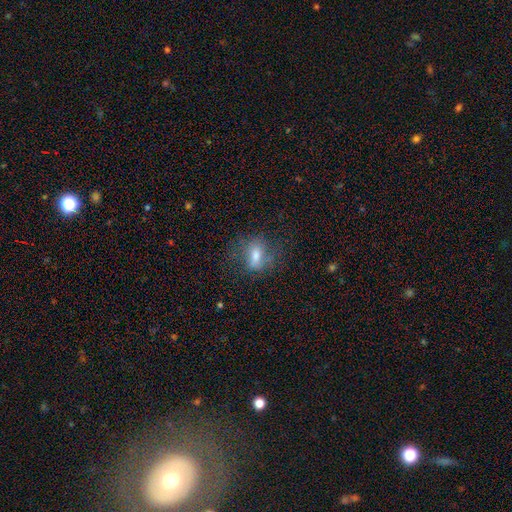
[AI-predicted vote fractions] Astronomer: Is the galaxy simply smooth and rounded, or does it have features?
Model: smooth — 59%.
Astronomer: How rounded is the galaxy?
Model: in between — 73%.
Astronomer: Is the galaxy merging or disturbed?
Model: none — 61%.